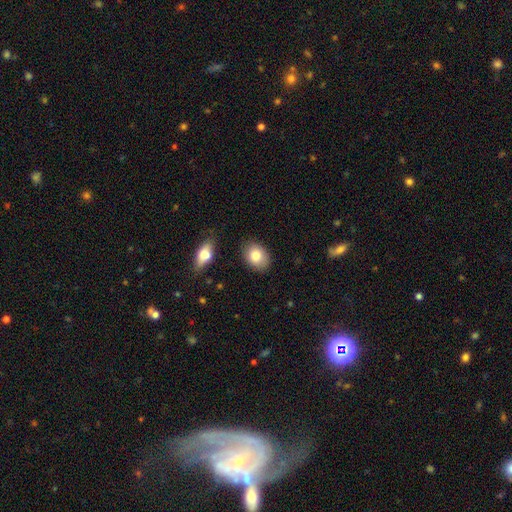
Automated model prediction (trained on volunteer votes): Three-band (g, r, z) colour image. It shows a smooth galaxy with no disk features (82%) that is in between round and cigar-shaped (71%). Merging: none (84%).